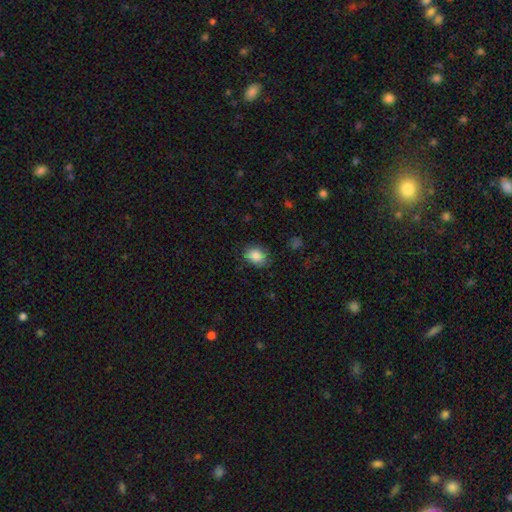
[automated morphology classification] A smooth galaxy with no disk features (86%) that is in between round and cigar-shaped (70%). Merging: none (76%).